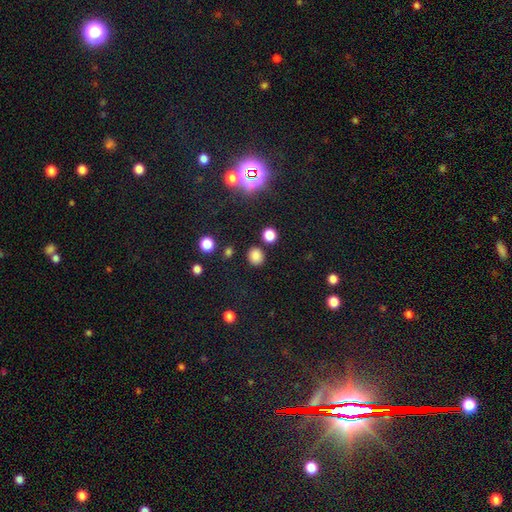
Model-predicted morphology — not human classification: A smooth galaxy with no disk features (81%) that is round (80%). Merging: none (85%).